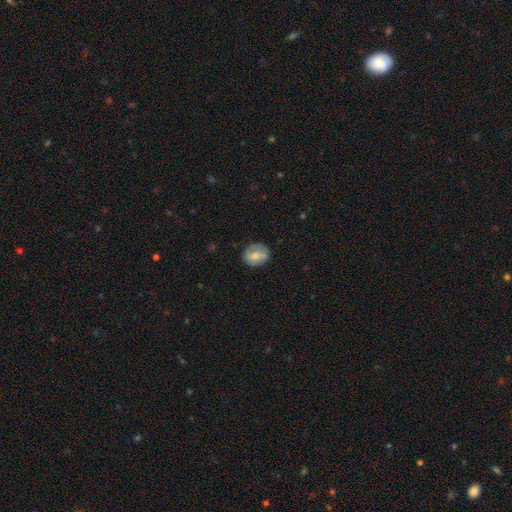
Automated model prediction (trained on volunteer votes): smooth-or-featured: smooth: 63% | featured or disk: 29% | star or artifact: 7%
  how-rounded: round: 68% | in between: 31% | cigar-shaped: 1%
  merging: none: 72% | minor disturbance: 20% | major disturbance: 6% | merger: 2%